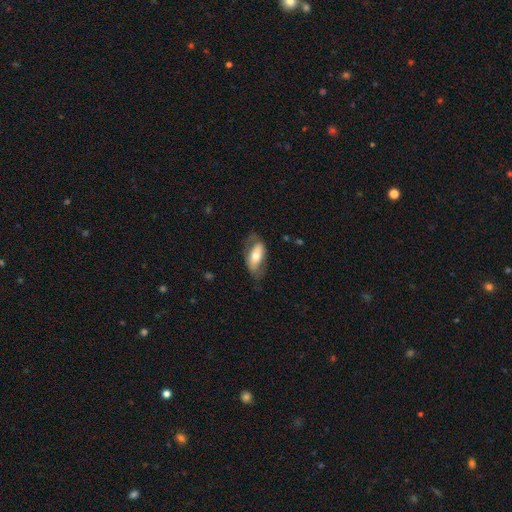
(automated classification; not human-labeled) A smooth galaxy with no disk features (56%) that is in between round and cigar-shaped (86%). Merging: none (59%).